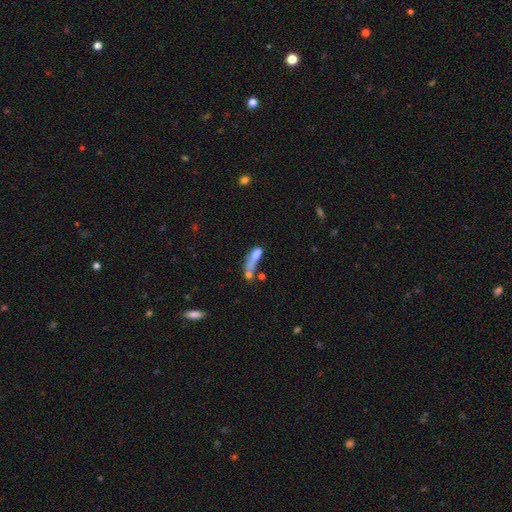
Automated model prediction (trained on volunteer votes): The model was most divided on "how rounded": cigar-shaped: 49%, in between: 45%, round: 7%. Remaining: smooth or featured — smooth (59%); merging — merger (41%).